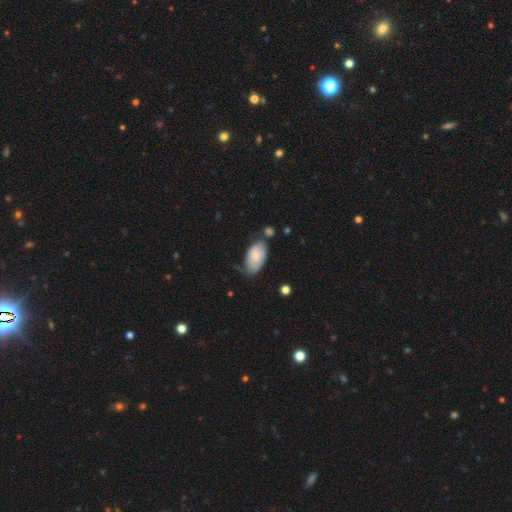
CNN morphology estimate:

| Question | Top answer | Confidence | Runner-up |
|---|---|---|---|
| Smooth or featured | smooth | 75% | featured or disk (19%) |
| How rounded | in between | 95% | round (3%) |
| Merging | none | 51% | minor disturbance (32%) |